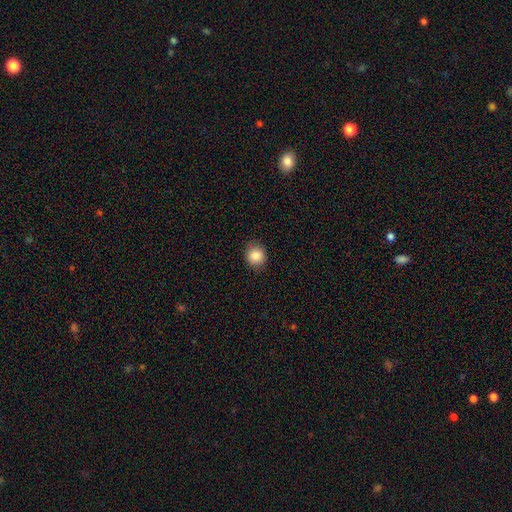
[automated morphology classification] Smooth or featured? smooth (86%)
How rounded? round (85%)
Merging? none (87%)